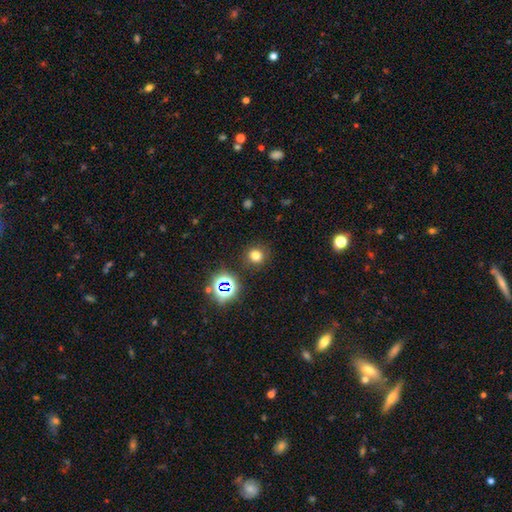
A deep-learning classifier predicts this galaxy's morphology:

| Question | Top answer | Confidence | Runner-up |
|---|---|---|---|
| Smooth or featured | smooth | 73% | star or artifact (21%) |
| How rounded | round | 89% | in between (10%) |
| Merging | none | 88% | minor disturbance (7%) |